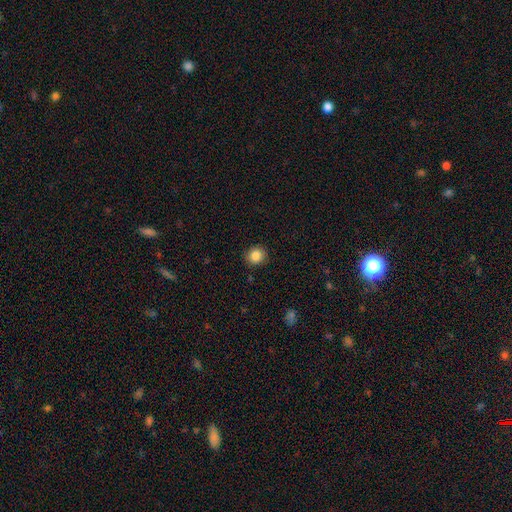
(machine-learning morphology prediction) type=smooth (86%); roundness=round (86%); merging=none (89%).